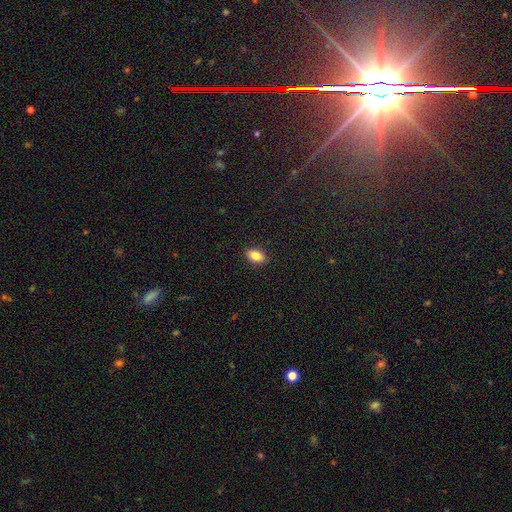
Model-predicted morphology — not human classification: Q: Smooth or featured?
A: smooth (85%); runner-up: star or artifact (8%)
Q: How rounded?
A: in between (88%); runner-up: round (9%)
Q: Merging?
A: none (89%); runner-up: minor disturbance (8%)